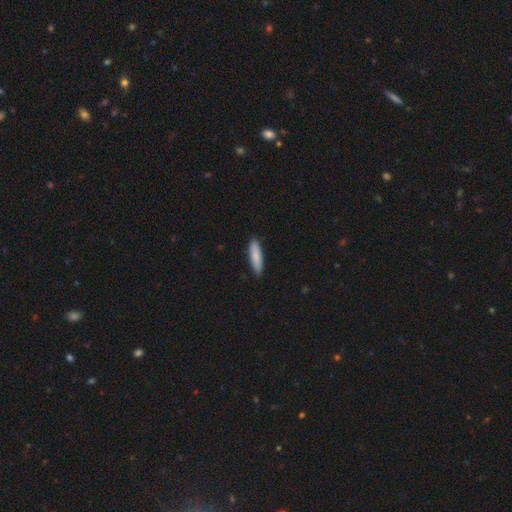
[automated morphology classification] A smooth galaxy with no disk features (84%) that is cigar-shaped (66%).

Vote fractions:
- Smooth or featured? smooth: 84% / featured or disk: 11% / star or artifact: 5%
- How rounded? cigar-shaped: 66% / in between: 32% / round: 1%
- Merging? none: 89% / minor disturbance: 9% / major disturbance: 1% / merger: 1%